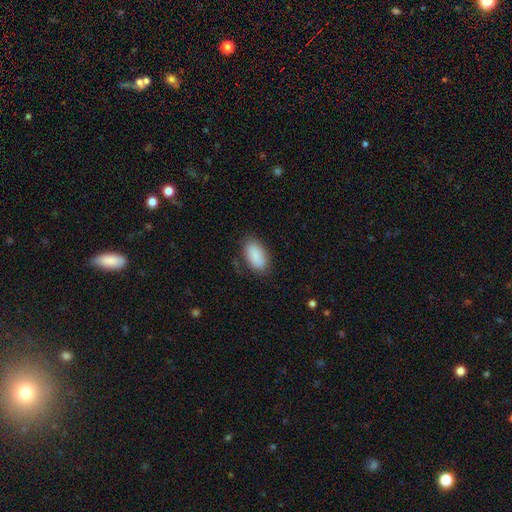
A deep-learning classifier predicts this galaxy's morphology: Smooth or featured: smooth — 87% (featured or disk — 7%)
How rounded: in between — 93% (cigar-shaped — 4%)
Merging: none — 80% (minor disturbance — 15%)